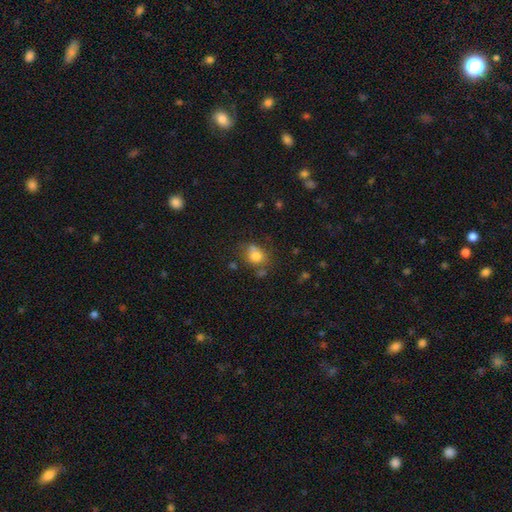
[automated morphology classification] The model was most divided on "how rounded": round: 61%, in between: 38%, cigar-shaped: 1%. Remaining: smooth or featured — smooth (76%); merging — none (50%).